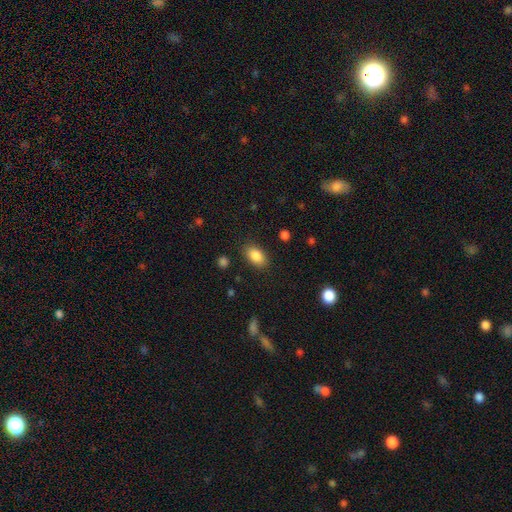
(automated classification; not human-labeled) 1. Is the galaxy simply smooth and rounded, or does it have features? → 87% smooth, 8% star or artifact, 5% featured or disk.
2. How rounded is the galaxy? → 90% in between, 9% round, 2% cigar-shaped.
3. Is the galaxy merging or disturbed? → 85% none, 10% minor disturbance, 3% major disturbance, 1% merger.